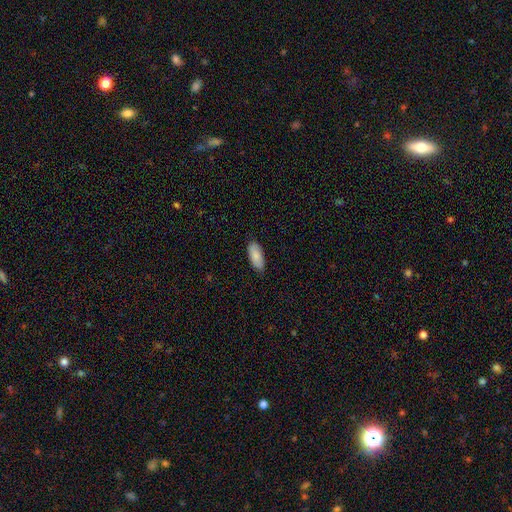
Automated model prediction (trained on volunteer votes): This is clearly a smooth galaxy (87%). How rounded: clearly in between (85%). Merging: clearly none (86%).